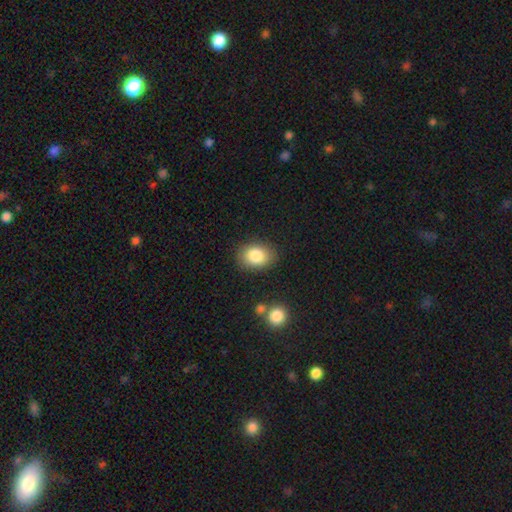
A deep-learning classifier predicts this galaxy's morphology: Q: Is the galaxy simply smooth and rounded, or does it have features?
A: smooth — 85%.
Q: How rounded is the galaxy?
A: in between — 70%.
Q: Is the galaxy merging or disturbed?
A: none — 83%.